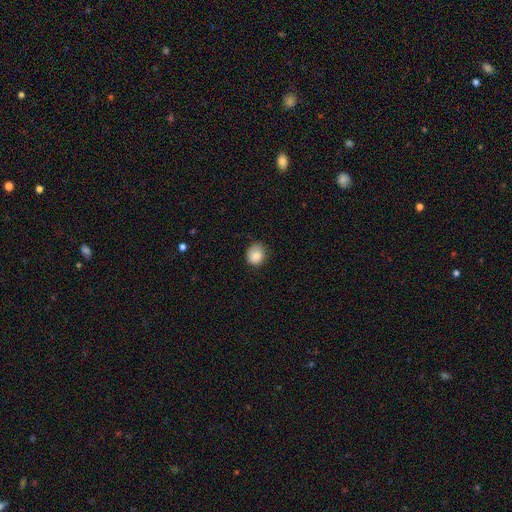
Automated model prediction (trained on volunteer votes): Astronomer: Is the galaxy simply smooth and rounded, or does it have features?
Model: smooth — 84%.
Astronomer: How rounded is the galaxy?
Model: round — 72%.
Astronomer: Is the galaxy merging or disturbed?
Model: none — 69%.